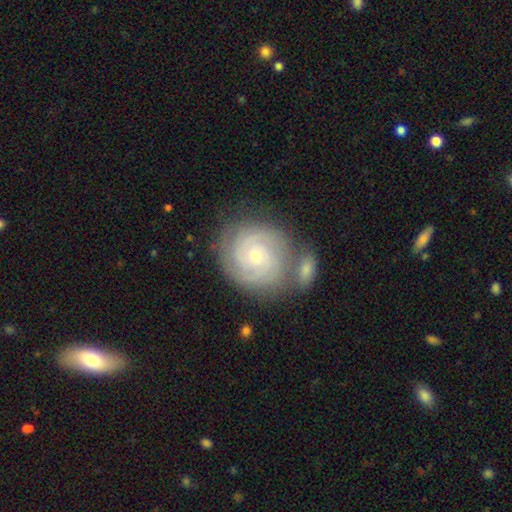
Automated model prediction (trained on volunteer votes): This appears to be a featured or disk galaxy (83%) with no bar (75%), 2 (35%) tight (74%) spiral arms (96%) and a small central bulge (69%). Merging: none (63%).